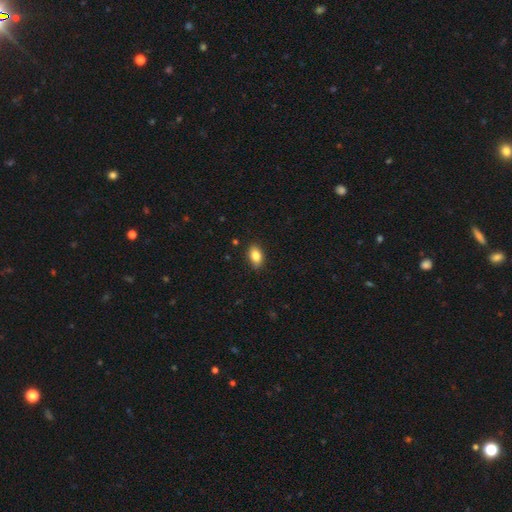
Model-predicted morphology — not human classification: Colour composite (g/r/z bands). It shows a smooth galaxy with no disk features (84%) that is in between round and cigar-shaped (84%). Merging: none (81%).